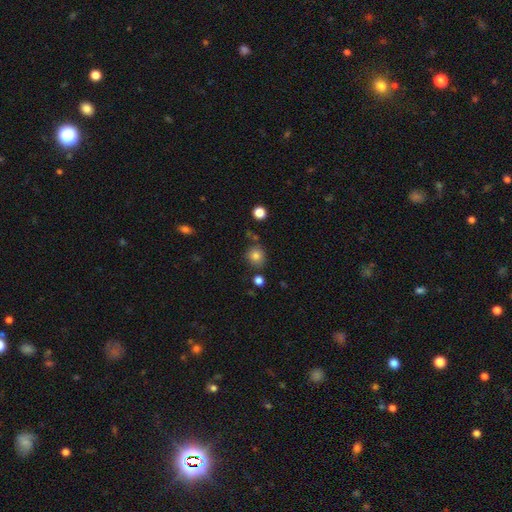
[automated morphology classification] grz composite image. It shows a smooth galaxy with no disk features (82%) that is round (84%). Merging: none (76%).